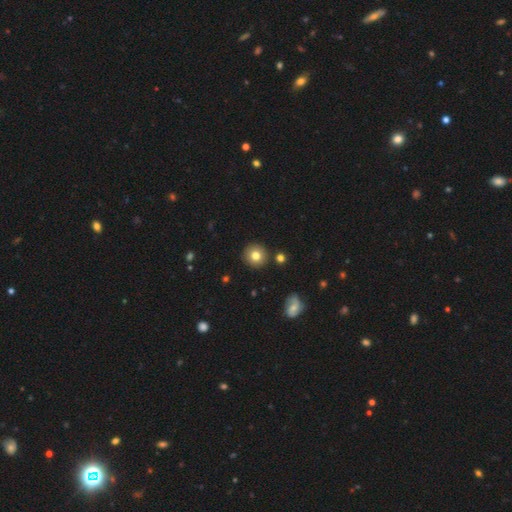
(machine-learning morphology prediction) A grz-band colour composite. It shows a smooth galaxy with no disk features (79%) that is round (93%). Merging: none (89%).